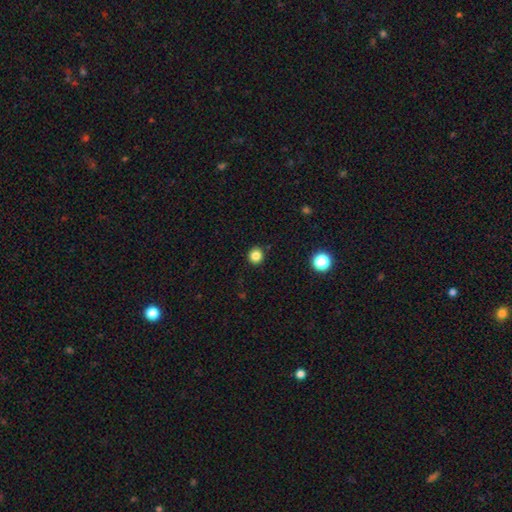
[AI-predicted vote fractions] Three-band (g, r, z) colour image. It shows a smooth galaxy with no disk features (84%) that is round (88%). Merging: none (92%).